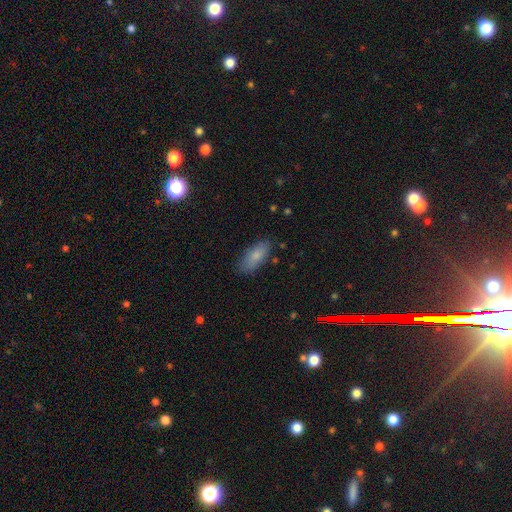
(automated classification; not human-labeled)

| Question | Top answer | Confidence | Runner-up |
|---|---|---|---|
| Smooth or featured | smooth | 82% | featured or disk (11%) |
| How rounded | in between | 81% | cigar-shaped (17%) |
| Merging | none | 81% | minor disturbance (14%) |